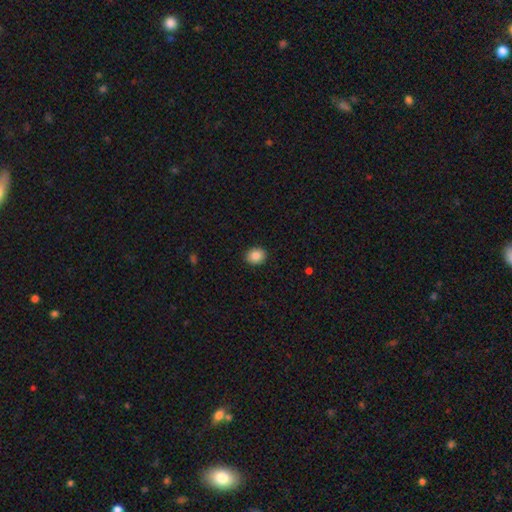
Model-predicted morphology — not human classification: Smooth or featured? smooth (87%)
How rounded? round (66%)
Merging? none (91%)